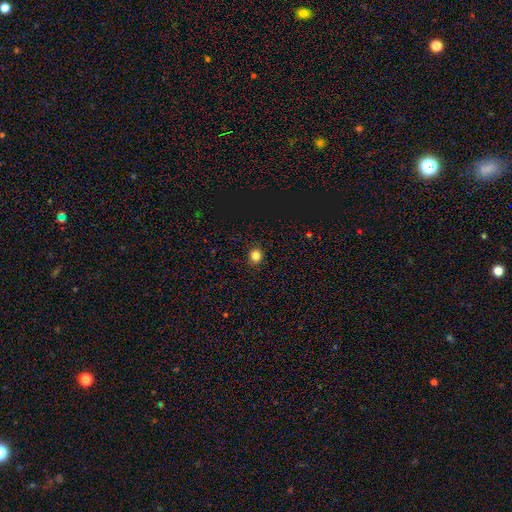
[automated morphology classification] Overall: smooth (82%). How rounded: round (88%). Merging: none (92%).